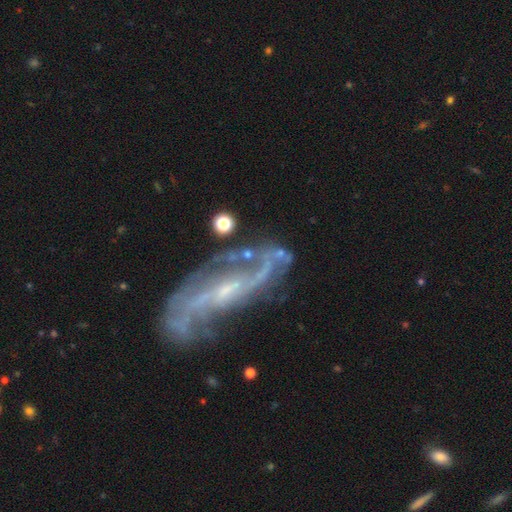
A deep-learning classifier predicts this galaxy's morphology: smooth-or-featured: featured or disk: 88% | star or artifact: 6% | smooth: 5%
  disk-edge-on: no: 92% | yes: 8%
    bar: weak: 42% | no: 34% | strong: 24%
    has-spiral-arms: yes: 94% | no: 6%
      spiral-winding: loose: 52% | medium: 34% | tight: 14%
      spiral-arm-count: 2: 72% | can't tell: 11% | 3: 6% | 1: 4% | 4: 3% | more than 4: 3%
    bulge-size: small: 72% | moderate: 17% | none: 9% | large: 1% | dominant: 1%
  merging: none: 57% | minor disturbance: 20% | major disturbance: 16% | merger: 6%